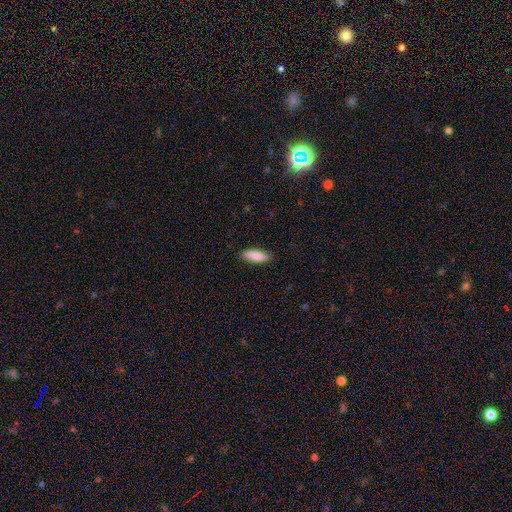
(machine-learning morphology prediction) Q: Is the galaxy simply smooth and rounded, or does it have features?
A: smooth — 88%.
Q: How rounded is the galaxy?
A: in between — 60%.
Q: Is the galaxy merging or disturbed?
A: none — 86%.